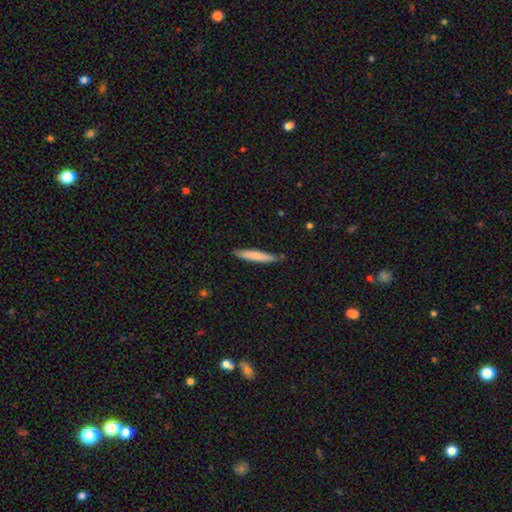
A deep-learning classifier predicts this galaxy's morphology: This appears to be a smooth galaxy with no disk features (70%) that is cigar-shaped (93%). Merging: none (82%).